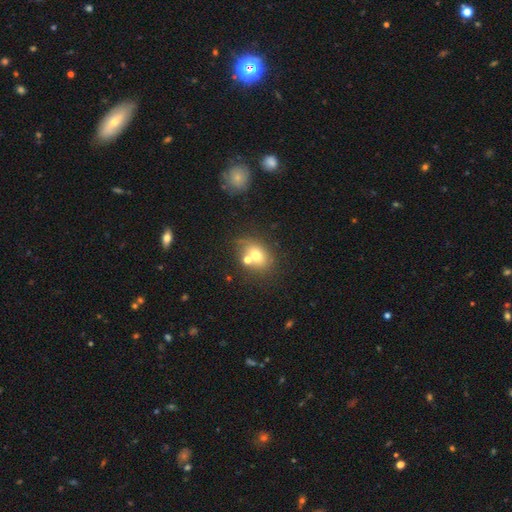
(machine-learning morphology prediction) smooth-or-featured: smooth: 67% | featured or disk: 20% | star or artifact: 13%
  how-rounded: in between: 57% | round: 41% | cigar-shaped: 1%
  merging: none: 51% | merger: 30% | minor disturbance: 14% | major disturbance: 6%